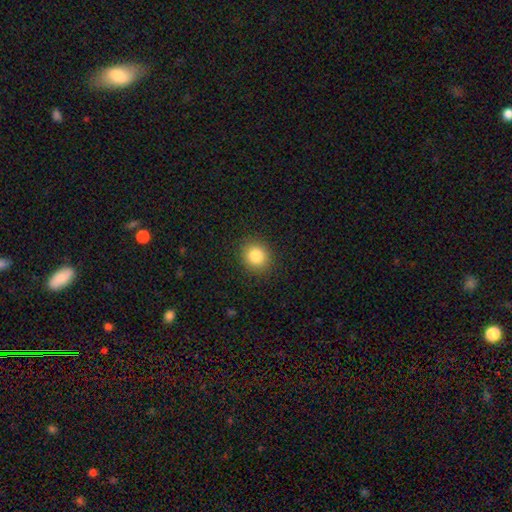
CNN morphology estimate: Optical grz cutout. It shows a smooth galaxy with no disk features (85%) that is round (80%). Merging: none (90%).